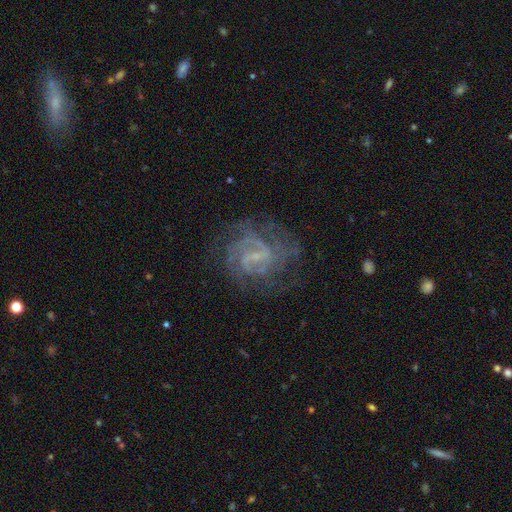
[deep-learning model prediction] Overall: featured or disk (81%). Edge-on disk: no (98%). Bar: weak (54%; no 28%). Spiral arms: yes (91%). Spiral arm count: can't tell (35%; 2 25%). Spiral winding: tight (46%; medium 41%). Bulge size: small (62%; none 25%). Merging: none (66%).